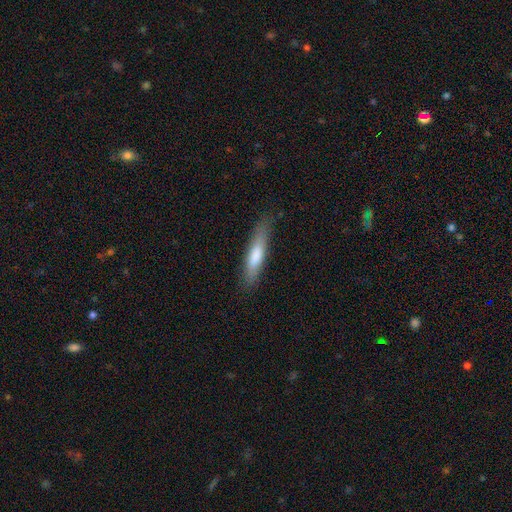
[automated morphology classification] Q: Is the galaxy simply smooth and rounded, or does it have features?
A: smooth — 75%.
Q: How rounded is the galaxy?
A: cigar-shaped — 77%.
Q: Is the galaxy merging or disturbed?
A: none — 78%.